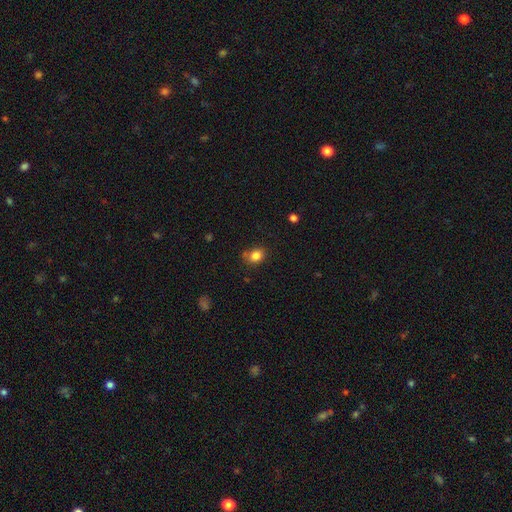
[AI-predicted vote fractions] The model was most divided on "how rounded": round: 53%, in between: 46%, cigar-shaped: 1%. More confident: smooth or featured — smooth (84%); merging — none (72%).